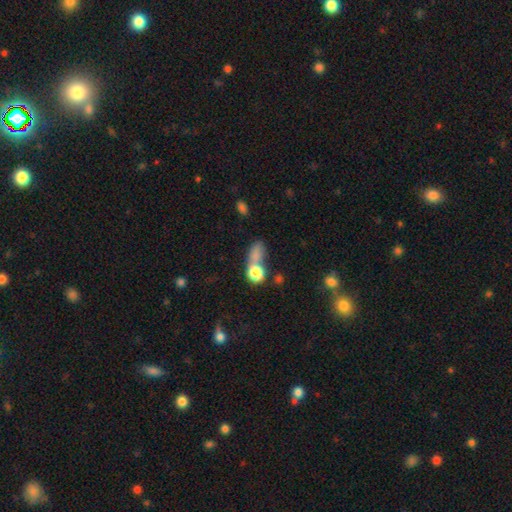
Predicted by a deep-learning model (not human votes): This is likely a smooth galaxy (70%). How rounded: possibly in between (58%). Merging: marginally none (38%).